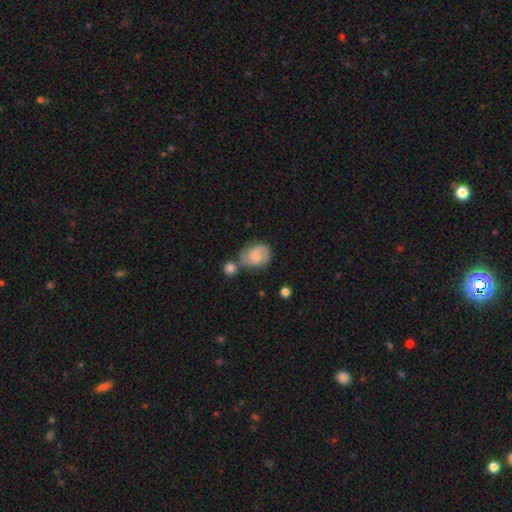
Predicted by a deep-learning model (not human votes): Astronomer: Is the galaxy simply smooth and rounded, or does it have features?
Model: featured or disk — 65%.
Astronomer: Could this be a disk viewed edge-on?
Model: no — 98%.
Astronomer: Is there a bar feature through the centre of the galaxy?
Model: no — 52% (runner-up: weak, 41%).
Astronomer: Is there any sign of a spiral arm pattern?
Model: yes — 92%.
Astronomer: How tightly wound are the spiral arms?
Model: medium — 48% (runner-up: tight, 35%).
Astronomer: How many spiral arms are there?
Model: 2 — 81%.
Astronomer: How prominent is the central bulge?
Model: small — 32% (runner-up: moderate, 30%).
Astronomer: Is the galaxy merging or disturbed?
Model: none — 49%.